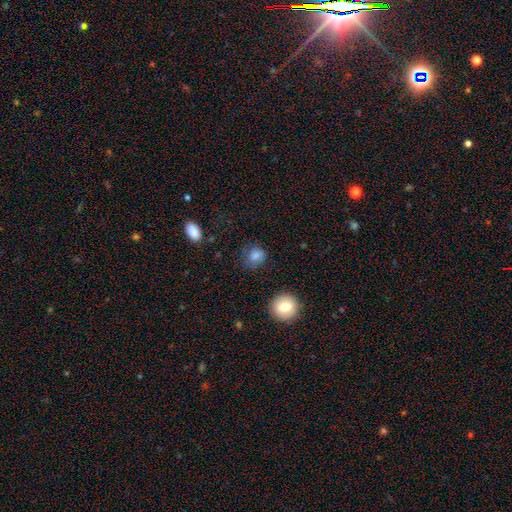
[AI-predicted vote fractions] A smooth galaxy with no disk features (81%) that is round (69%). Merging: none (66%).